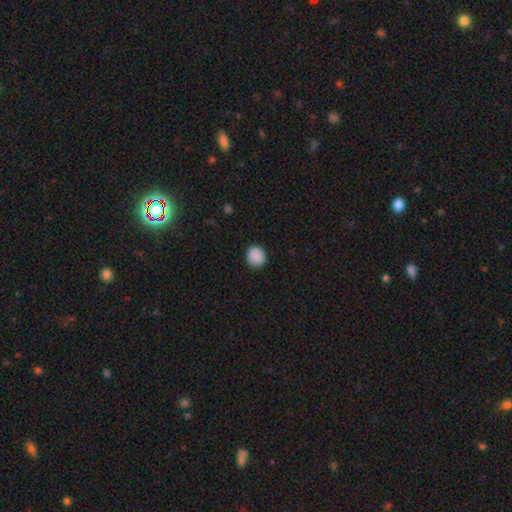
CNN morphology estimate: The model was most divided on "how rounded": round: 82%, in between: 17%, cigar-shaped: 1%. More confident: smooth or featured — smooth (89%); merging — none (87%).